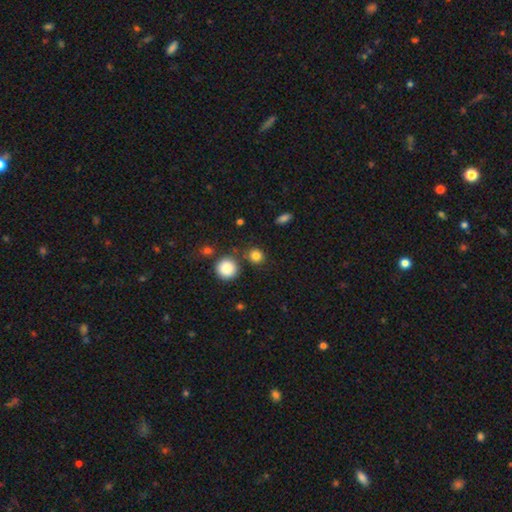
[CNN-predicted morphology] Q: Smooth or featured?
A: smooth (83%); runner-up: star or artifact (12%)
Q: How rounded?
A: round (86%); runner-up: in between (13%)
Q: Merging?
A: none (81%); runner-up: minor disturbance (9%)